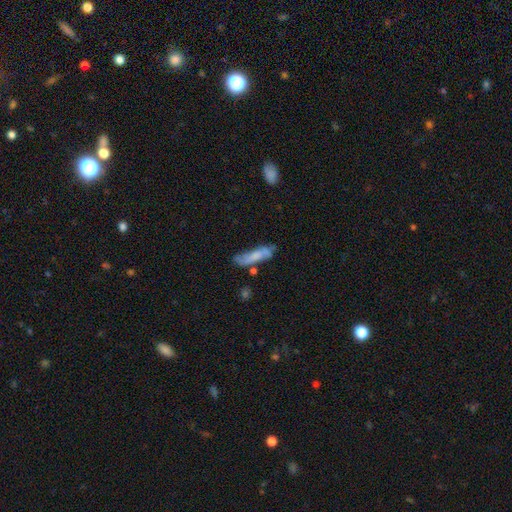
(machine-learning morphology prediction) A smooth galaxy with no disk features (62%) that is cigar-shaped (68%).

Vote fractions:
- Smooth or featured? smooth: 62% / featured or disk: 30% / star or artifact: 8%
- How rounded? cigar-shaped: 68% / in between: 30% / round: 2%
- Merging? none: 54% / minor disturbance: 28% / major disturbance: 11% / merger: 8%